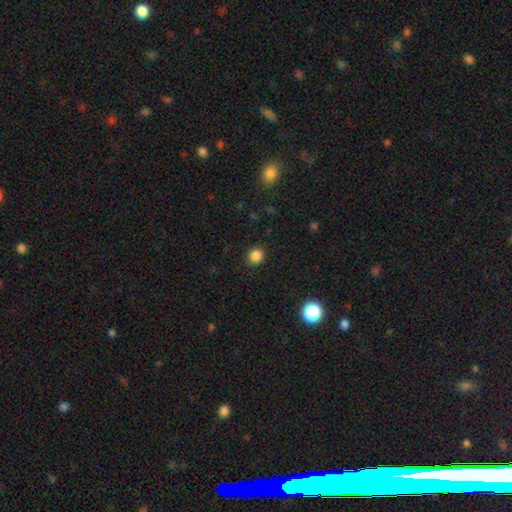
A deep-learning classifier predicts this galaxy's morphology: Smooth or featured? Predicted: smooth (p=0.85). How rounded? Predicted: round (p=0.76). Merging? Predicted: none (p=0.89).